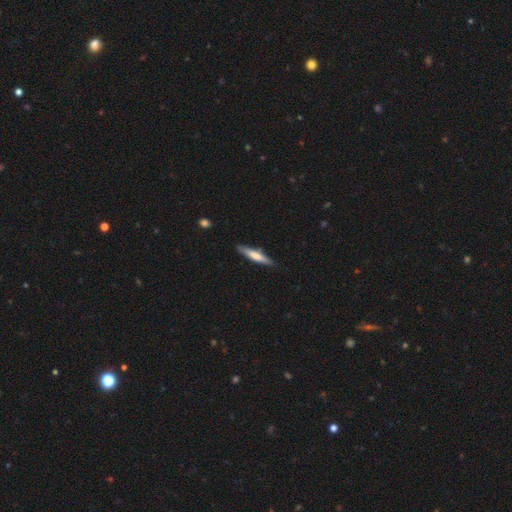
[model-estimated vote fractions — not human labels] smooth-or-featured: smooth: 57% | featured or disk: 38% | star or artifact: 5%
  how-rounded: cigar-shaped: 90% | in between: 9% | round: 1%
  merging: none: 87% | minor disturbance: 9% | major disturbance: 2% | merger: 1%